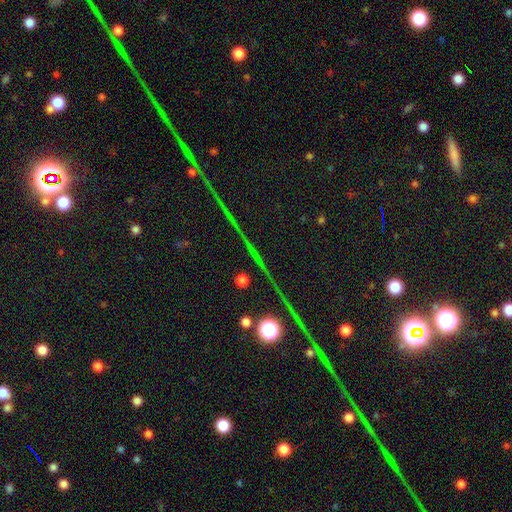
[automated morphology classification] type=star or artifact (79%).